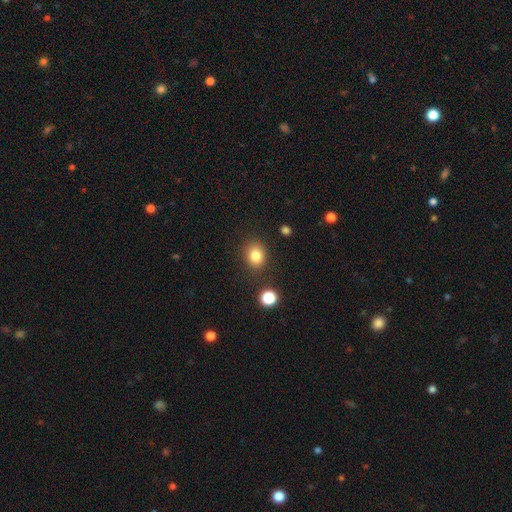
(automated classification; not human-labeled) This appears to be a smooth galaxy with no disk features (83%) that is round (58%). Merging: none (84%).